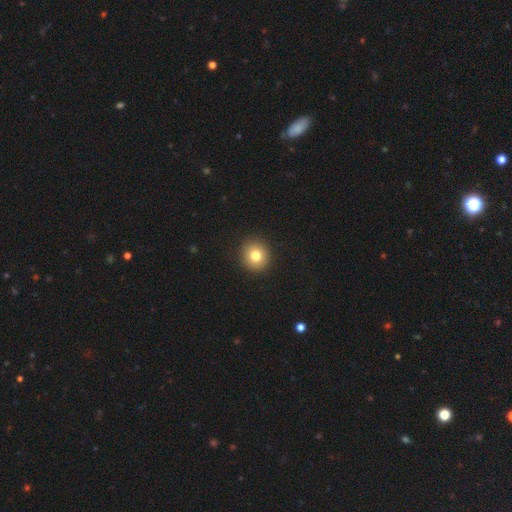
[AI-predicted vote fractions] smooth 80%, star or artifact 11%, featured or disk 9%. Down the decision tree: how rounded — round (89%); merging — none (92%).